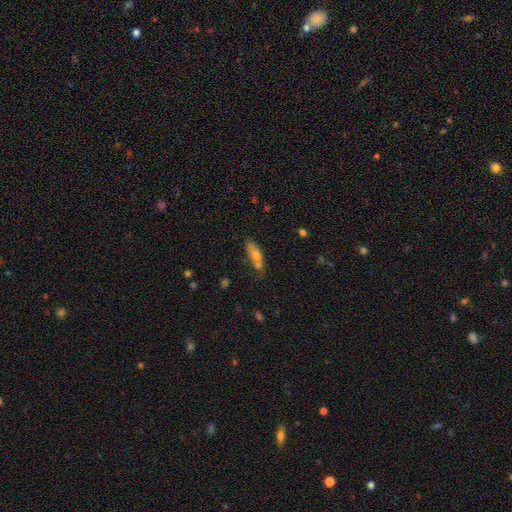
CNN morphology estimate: Smooth or featured: smooth — 69% (featured or disk — 23%)
How rounded: in between — 66% (cigar-shaped — 29%)
Merging: none — 42% (merger — 30%)